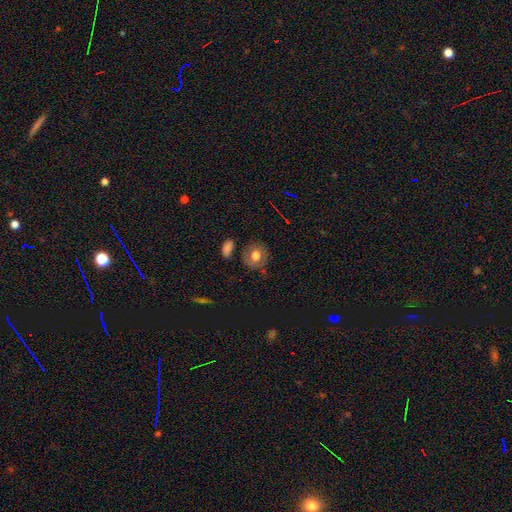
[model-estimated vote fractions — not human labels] A smooth galaxy with no disk features (62%) that is round (77%). Merging: none (75%).